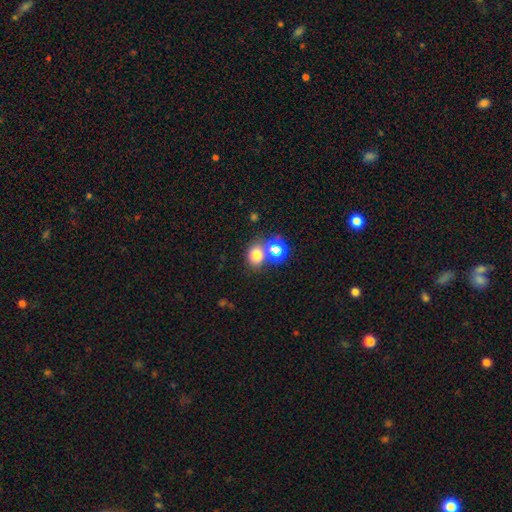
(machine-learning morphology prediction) A smooth galaxy with no disk features (70%) that is round (62%).

Vote fractions:
- Smooth or featured? smooth: 70% / star or artifact: 21% / featured or disk: 9%
- How rounded? round: 62% / in between: 37% / cigar-shaped: 1%
- Merging? none: 61% / merger: 26% / minor disturbance: 9% / major disturbance: 4%